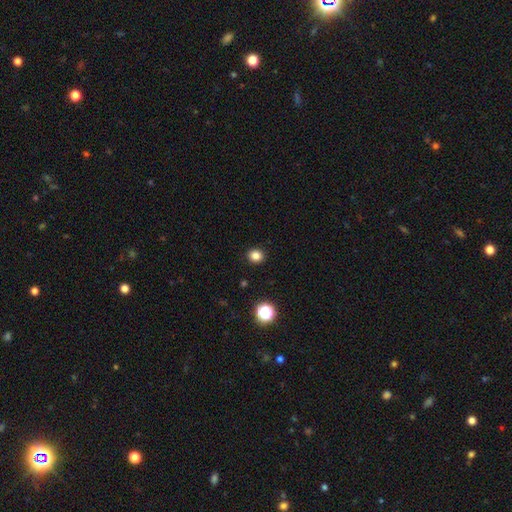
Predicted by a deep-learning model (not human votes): Smooth or featured: smooth — 82% (star or artifact — 13%)
How rounded: round — 79% (in between — 20%)
Merging: none — 92% (minor disturbance — 6%)